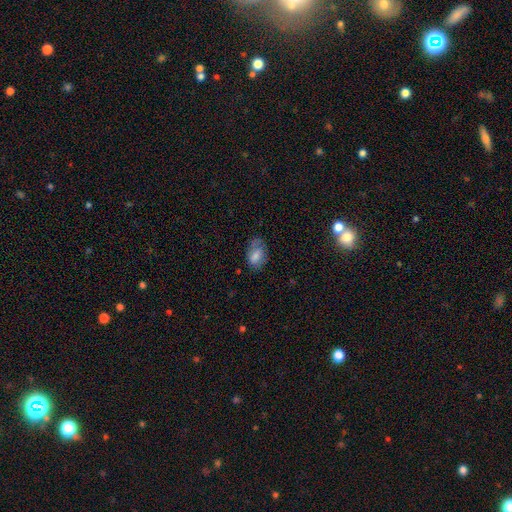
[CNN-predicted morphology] This is likely a smooth galaxy (72%). How rounded: clearly in between (90%). Merging: possibly none (58%).